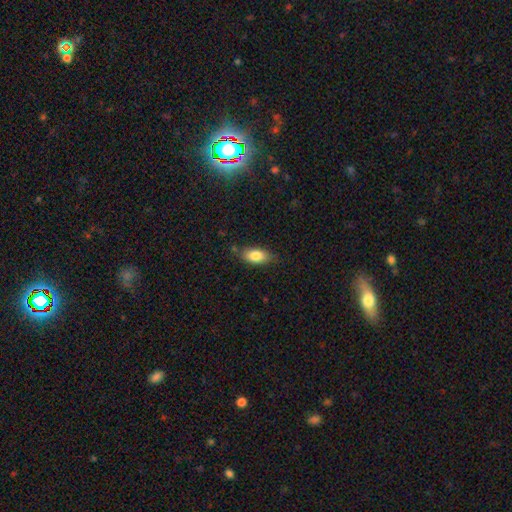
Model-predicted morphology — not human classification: Smooth or featured? smooth (82%)
How rounded? in between (87%)
Merging? none (77%)